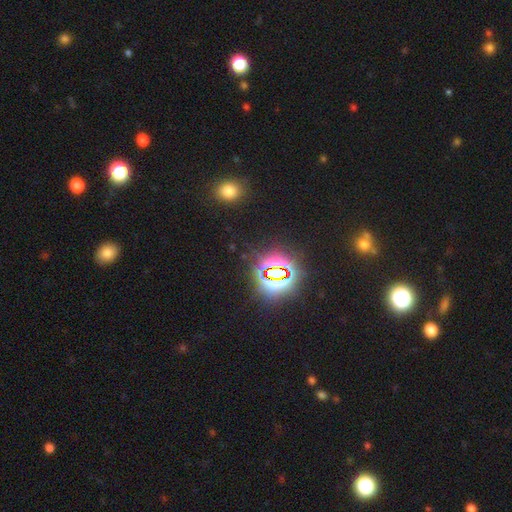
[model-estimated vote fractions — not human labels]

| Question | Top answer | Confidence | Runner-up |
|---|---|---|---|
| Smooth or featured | star or artifact | 73% | smooth (21%) |